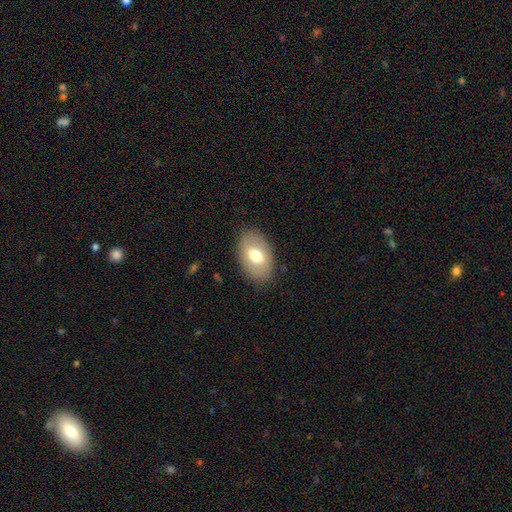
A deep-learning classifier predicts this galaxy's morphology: Overall: smooth (65%; featured or disk 28%). How rounded: in between (88%). Merging: none (84%).